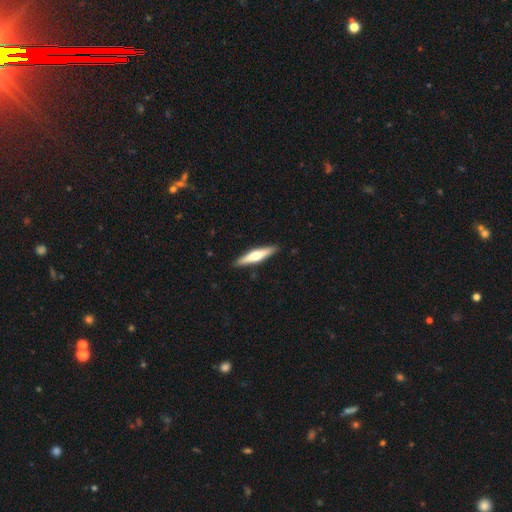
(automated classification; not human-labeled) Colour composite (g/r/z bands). It shows a featured or disk galaxy (58%) viewed edge-on (96%) with a rounded central bulge (92%). Merging: none (91%).